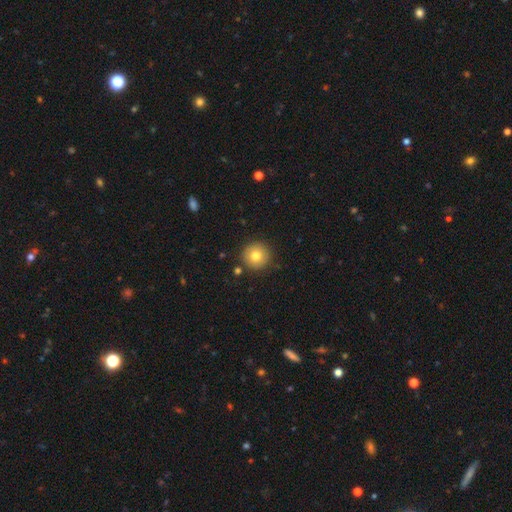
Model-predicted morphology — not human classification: smooth-or-featured: smooth: 80% | featured or disk: 11% | star or artifact: 10%
  how-rounded: round: 95% | in between: 4% | cigar-shaped: 1%
  merging: none: 89% | minor disturbance: 7% | merger: 2% | major disturbance: 2%